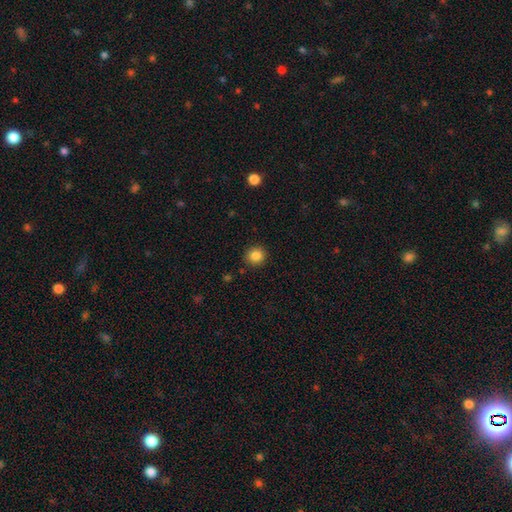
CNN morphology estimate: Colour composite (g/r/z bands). It shows a smooth galaxy with no disk features (85%) that is round (90%). Merging: none (90%).